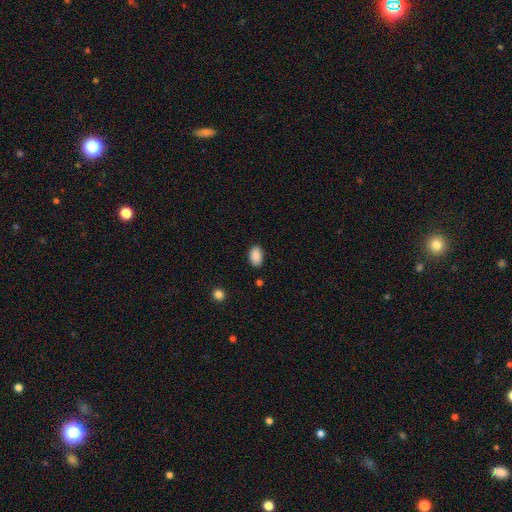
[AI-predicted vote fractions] smooth 89%, star or artifact 8%, featured or disk 3%. Down the decision tree: how rounded — in between (90%); merging — none (85%).